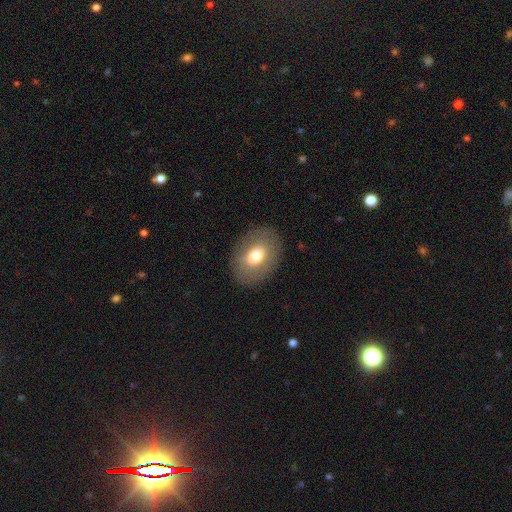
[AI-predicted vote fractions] Q: Smooth or featured?
A: smooth (67%); runner-up: featured or disk (24%)
Q: How rounded?
A: in between (74%); runner-up: round (25%)
Q: Merging?
A: none (84%); runner-up: minor disturbance (10%)